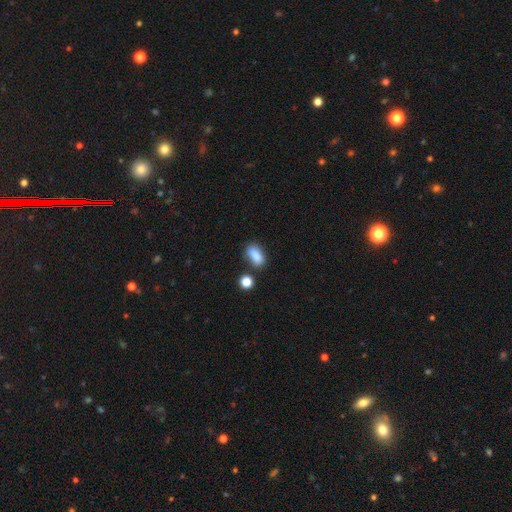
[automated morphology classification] Smooth or featured: smooth — 85% (star or artifact — 9%)
How rounded: in between — 84% (round — 9%)
Merging: none — 63% (minor disturbance — 20%)